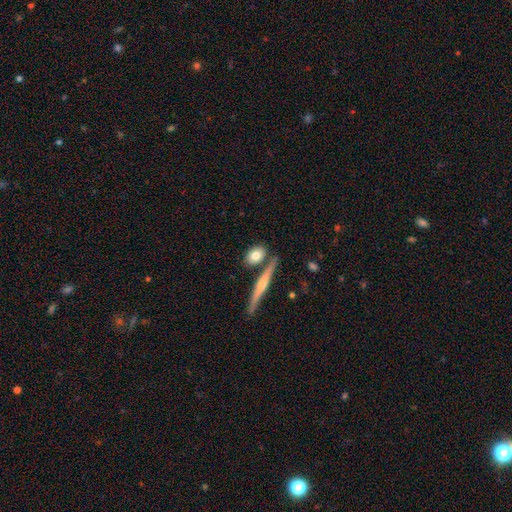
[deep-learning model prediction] Smooth or featured? smooth (76%)
How rounded? in between (65%)
Merging? none (69%)